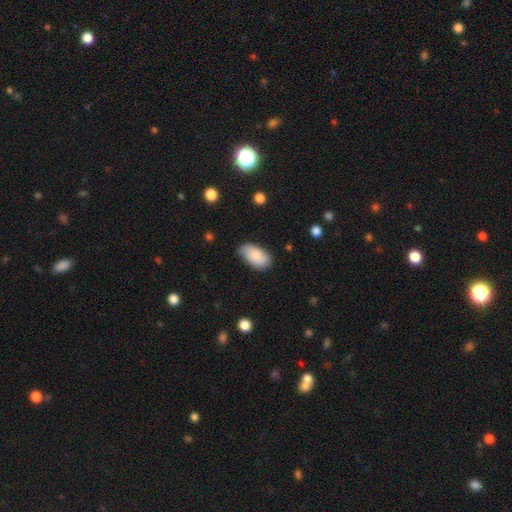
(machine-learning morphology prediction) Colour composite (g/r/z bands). It shows a smooth galaxy with no disk features (83%) that is in between round and cigar-shaped (95%). Merging: none (74%).